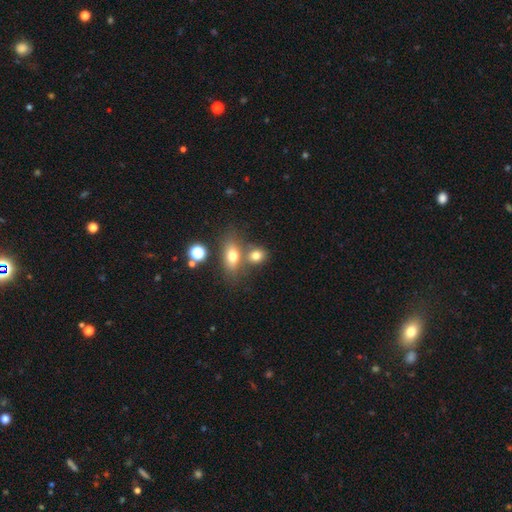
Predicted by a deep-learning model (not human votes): A smooth galaxy with no disk features (74%) that is in between round and cigar-shaped (55%).

Vote fractions:
- Smooth or featured? smooth: 74% / featured or disk: 13% / star or artifact: 13%
- How rounded? in between: 55% / round: 42% / cigar-shaped: 3%
- Merging? none: 47% / merger: 37% / minor disturbance: 11% / major disturbance: 5%